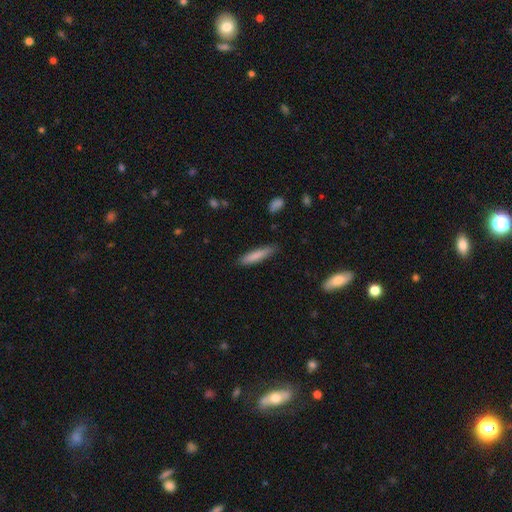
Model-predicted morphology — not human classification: Q: Smooth or featured?
A: smooth (81%); runner-up: featured or disk (12%)
Q: How rounded?
A: cigar-shaped (85%); runner-up: in between (13%)
Q: Merging?
A: none (82%); runner-up: minor disturbance (14%)